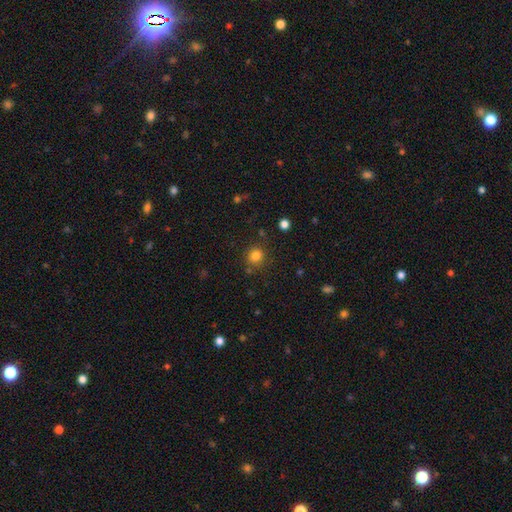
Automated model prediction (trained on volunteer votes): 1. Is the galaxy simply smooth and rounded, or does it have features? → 81% smooth, 13% star or artifact, 5% featured or disk.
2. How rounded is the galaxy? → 89% round, 10% in between, 1% cigar-shaped.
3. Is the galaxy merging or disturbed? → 83% none, 10% minor disturbance, 4% merger, 3% major disturbance.